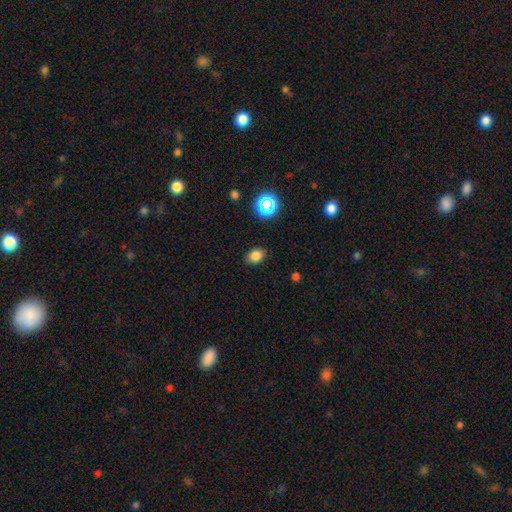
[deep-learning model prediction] smooth 81%, star or artifact 14%, featured or disk 5%. Down the decision tree: how rounded — in between (73%); merging — none (87%).